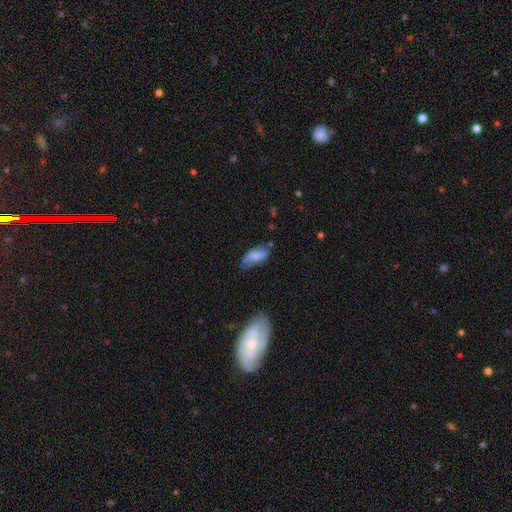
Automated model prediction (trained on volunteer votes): Q: Smooth or featured?
A: smooth (69%); runner-up: featured or disk (23%)
Q: How rounded?
A: in between (81%); runner-up: cigar-shaped (16%)
Q: Merging?
A: none (52%); runner-up: minor disturbance (32%)